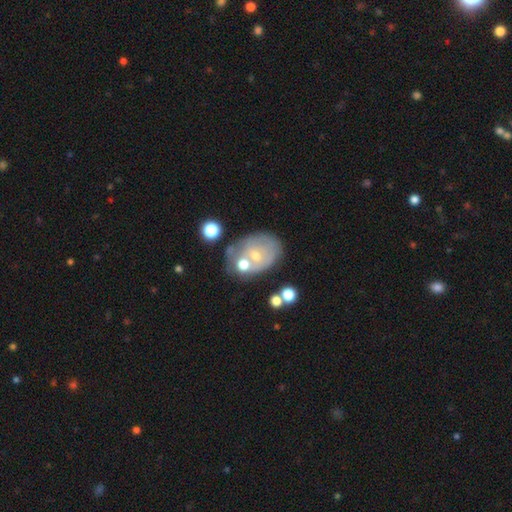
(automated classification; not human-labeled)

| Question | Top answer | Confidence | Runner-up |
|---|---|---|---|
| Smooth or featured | featured or disk | 50% | smooth (38%) |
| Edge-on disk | no | 96% | yes (4%) |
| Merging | none | 46% | merger (26%) |